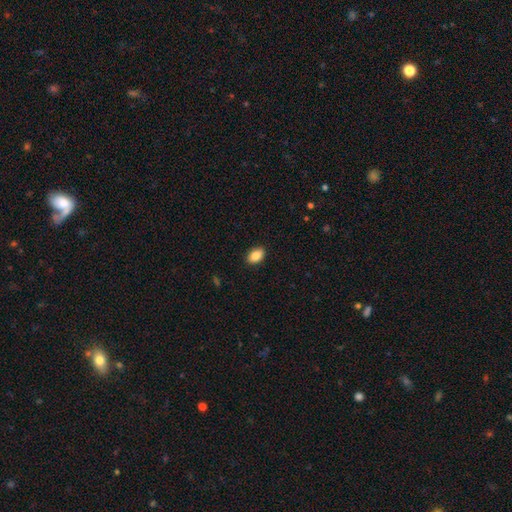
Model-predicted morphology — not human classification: Smooth or featured? smooth (87%)
How rounded? in between (85%)
Merging? none (90%)